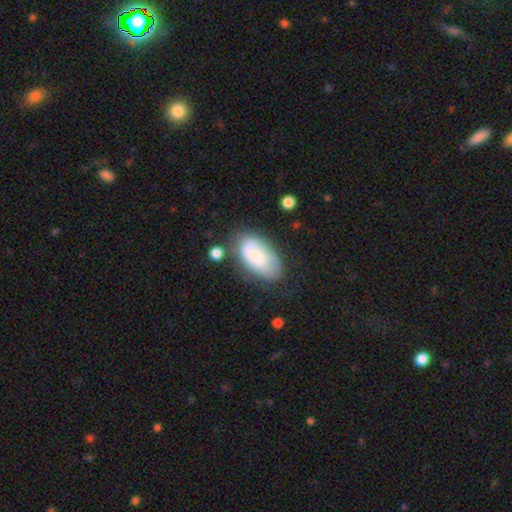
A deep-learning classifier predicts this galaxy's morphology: Q: Smooth or featured?
A: smooth (61%); runner-up: featured or disk (32%)
Q: How rounded?
A: in between (94%); runner-up: round (4%)
Q: Merging?
A: none (59%); runner-up: minor disturbance (25%)